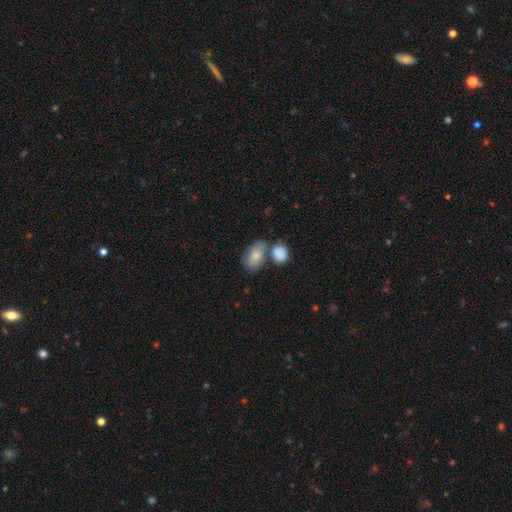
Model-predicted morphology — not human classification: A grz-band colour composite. It shows a smooth galaxy with no disk features (78%) that is in between round and cigar-shaped (86%). Merging: merger (40%).